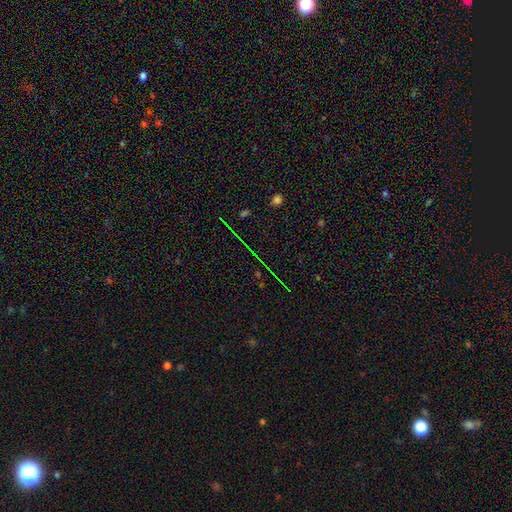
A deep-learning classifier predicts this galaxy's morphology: type=star or artifact (75%).